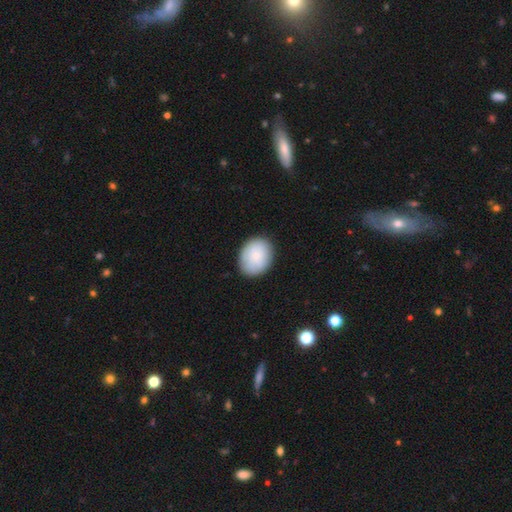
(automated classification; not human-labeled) smooth-or-featured: smooth: 80% | featured or disk: 13% | star or artifact: 6%
  how-rounded: in between: 52% | round: 47% | cigar-shaped: 1%
  merging: none: 84% | minor disturbance: 12% | major disturbance: 3% | merger: 1%